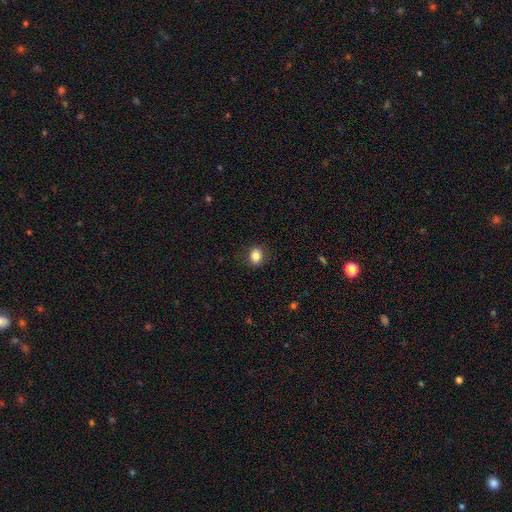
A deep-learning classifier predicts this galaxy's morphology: Overall: smooth (84%). How rounded: round (59%; in between 40%). Merging: none (87%).